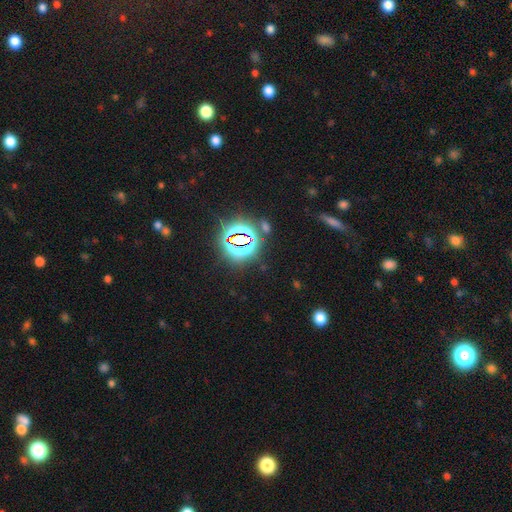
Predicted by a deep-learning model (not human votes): A star or artifact, not a galaxy (82%).